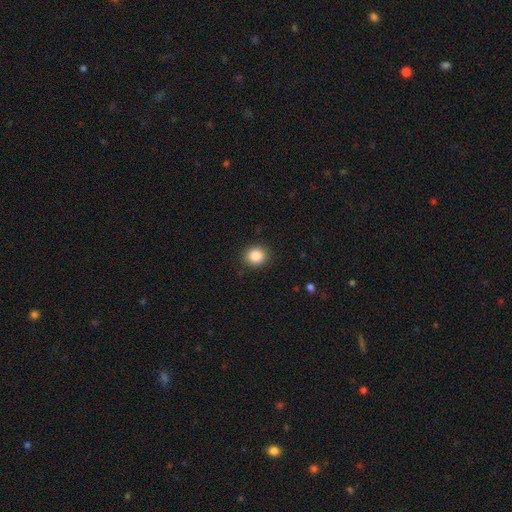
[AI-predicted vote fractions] smooth 86%, star or artifact 10%, featured or disk 4%. Down the decision tree: how rounded — round (79%); merging — none (89%).